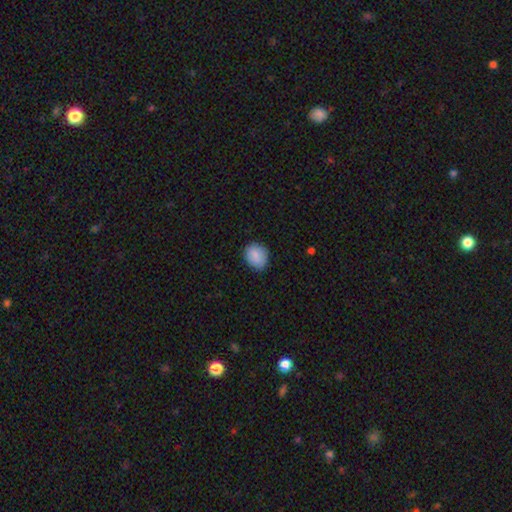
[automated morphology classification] A smooth galaxy with no disk features (88%) that is round (53%). Merging: none (82%).